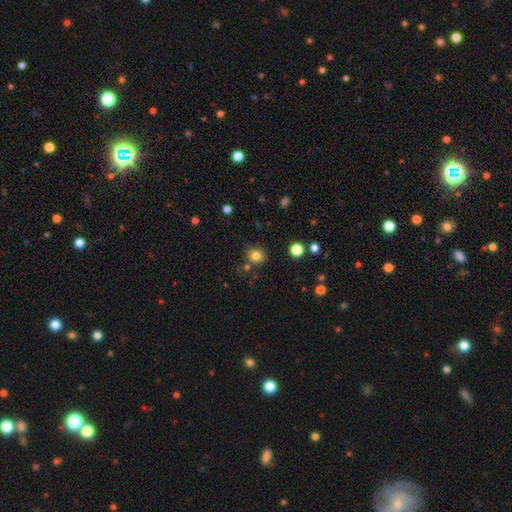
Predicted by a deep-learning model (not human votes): Smooth or featured? smooth (81%)
How rounded? round (84%)
Merging? none (80%)